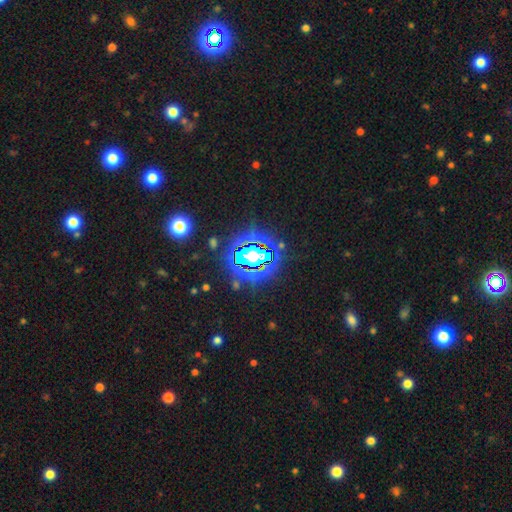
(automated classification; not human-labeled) A star or artifact, not a galaxy (79%).